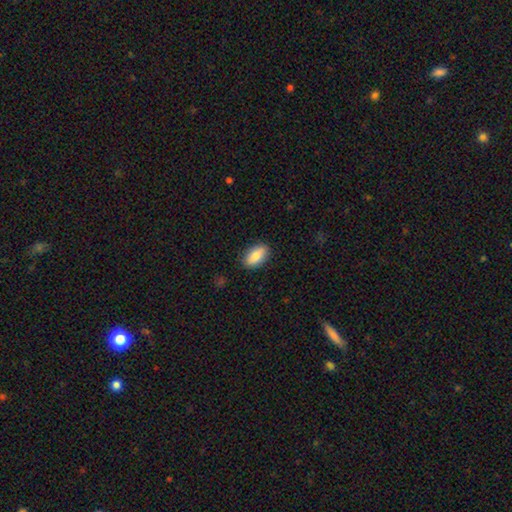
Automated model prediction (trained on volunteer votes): A smooth galaxy with no disk features (81%) that is in between round and cigar-shaped (91%).

Vote fractions:
- Smooth or featured? smooth: 81% / featured or disk: 12% / star or artifact: 7%
- How rounded? in between: 91% / cigar-shaped: 5% / round: 4%
- Merging? none: 87% / minor disturbance: 10% / major disturbance: 2% / merger: 1%